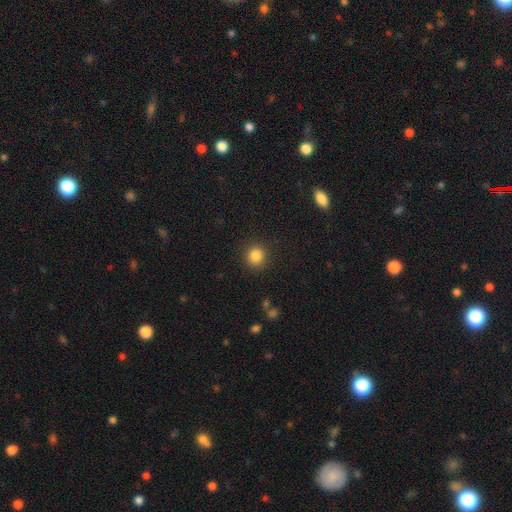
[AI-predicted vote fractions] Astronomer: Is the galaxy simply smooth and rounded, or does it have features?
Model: smooth — 85%.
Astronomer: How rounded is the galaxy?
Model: round — 91%.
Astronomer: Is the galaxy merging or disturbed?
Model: none — 90%.